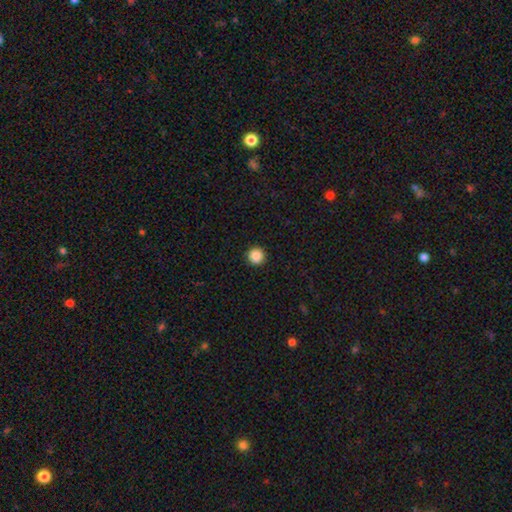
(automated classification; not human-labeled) A smooth galaxy with no disk features (88%) that is round (96%). Merging: none (94%).